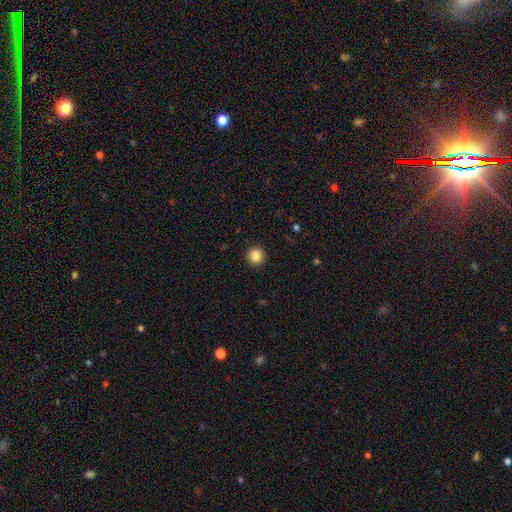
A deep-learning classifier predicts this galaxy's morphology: Q: Smooth or featured?
A: smooth (85%); runner-up: star or artifact (10%)
Q: How rounded?
A: round (95%); runner-up: in between (4%)
Q: Merging?
A: none (93%); runner-up: minor disturbance (4%)